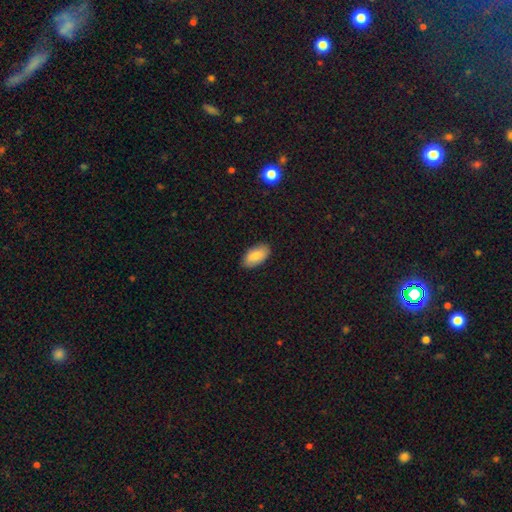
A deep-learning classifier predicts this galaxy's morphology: smooth 84%, featured or disk 10%, star or artifact 6%. Down the decision tree: how rounded — in between (95%); merging — none (87%).